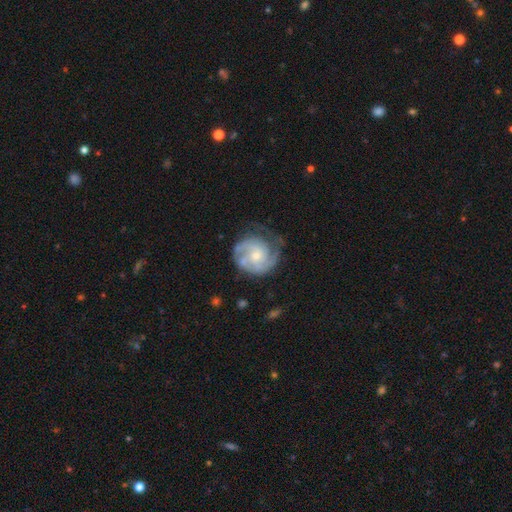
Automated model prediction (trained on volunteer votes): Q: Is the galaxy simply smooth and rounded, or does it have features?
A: featured or disk — 82%.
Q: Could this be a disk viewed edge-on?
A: no — 98%.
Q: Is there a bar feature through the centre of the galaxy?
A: no — 71%.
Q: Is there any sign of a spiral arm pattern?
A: yes — 94%.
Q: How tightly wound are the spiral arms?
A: tight — 53%.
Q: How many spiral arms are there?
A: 2 — 37%.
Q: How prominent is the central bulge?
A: small — 61%.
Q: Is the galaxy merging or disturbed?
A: none — 60%.